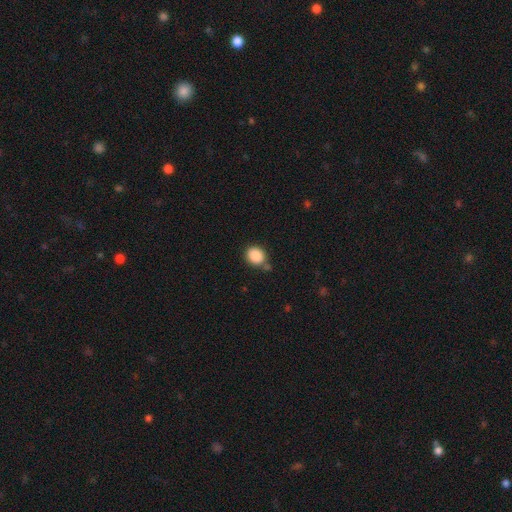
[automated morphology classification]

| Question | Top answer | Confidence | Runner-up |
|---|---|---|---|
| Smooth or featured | smooth | 88% | star or artifact (9%) |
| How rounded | round | 63% | in between (36%) |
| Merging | none | 71% | minor disturbance (16%) |